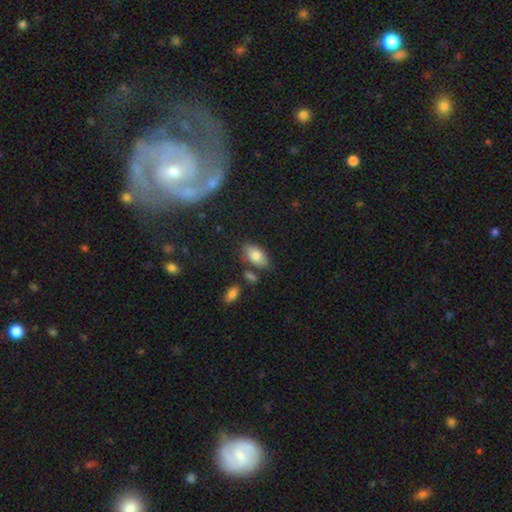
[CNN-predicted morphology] smooth-or-featured: smooth: 79% | featured or disk: 13% | star or artifact: 8%
  how-rounded: in between: 92% | round: 5% | cigar-shaped: 3%
  merging: none: 74% | minor disturbance: 16% | merger: 7% | major disturbance: 4%